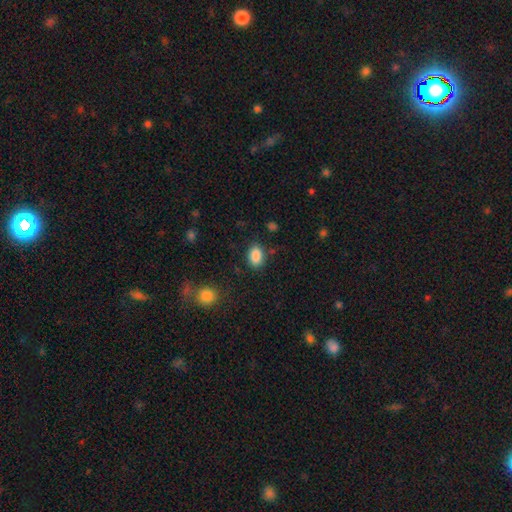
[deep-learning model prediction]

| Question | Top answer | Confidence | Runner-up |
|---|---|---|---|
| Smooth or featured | smooth | 88% | star or artifact (8%) |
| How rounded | in between | 82% | round (17%) |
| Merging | none | 83% | minor disturbance (11%) |